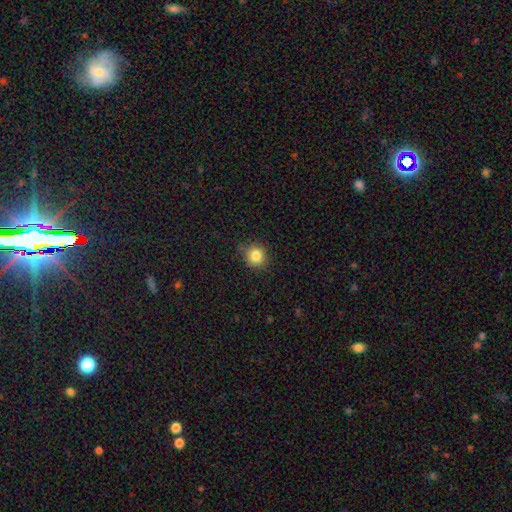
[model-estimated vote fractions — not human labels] A smooth galaxy with no disk features (83%) that is round (89%). Merging: none (81%).